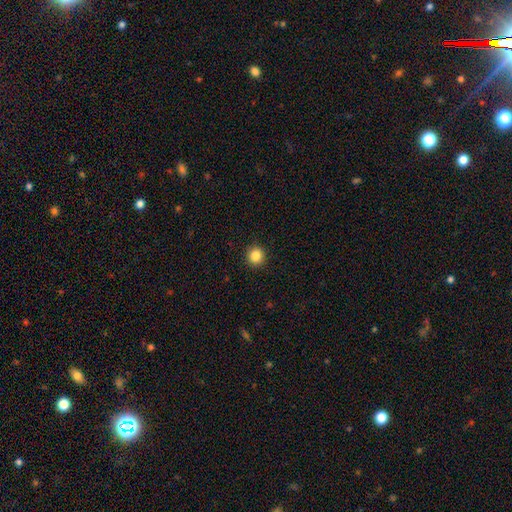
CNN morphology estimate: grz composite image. It shows a smooth galaxy with no disk features (86%) that is round (91%). Merging: none (93%).